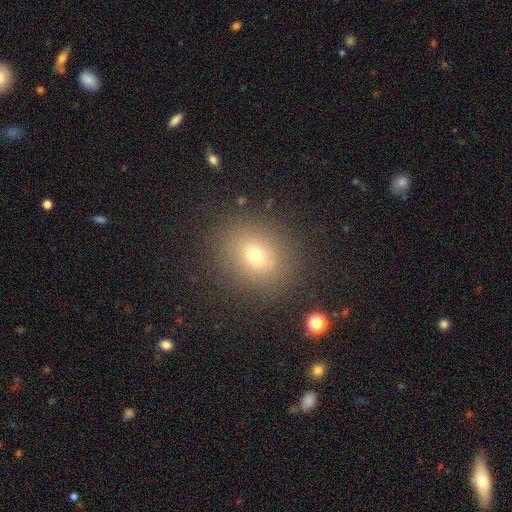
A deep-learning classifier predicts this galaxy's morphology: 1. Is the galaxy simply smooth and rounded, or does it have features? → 68% smooth, 18% star or artifact, 13% featured or disk.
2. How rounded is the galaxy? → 68% round, 31% in between, 1% cigar-shaped.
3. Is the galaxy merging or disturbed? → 85% none, 9% minor disturbance, 5% major disturbance, 2% merger.